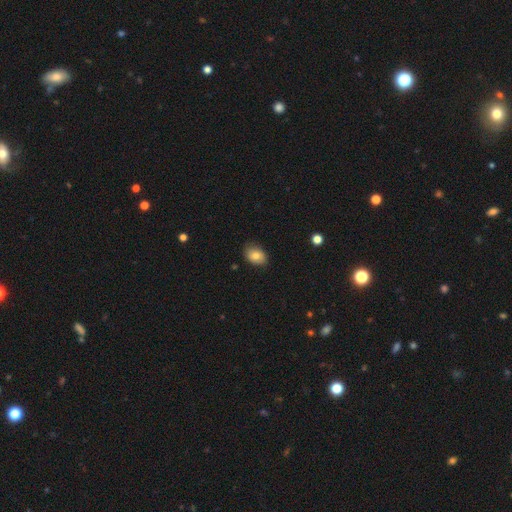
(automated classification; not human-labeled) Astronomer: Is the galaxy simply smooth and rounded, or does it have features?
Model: smooth — 79%.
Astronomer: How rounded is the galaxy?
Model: in between — 80%.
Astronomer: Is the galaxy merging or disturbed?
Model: none — 81%.